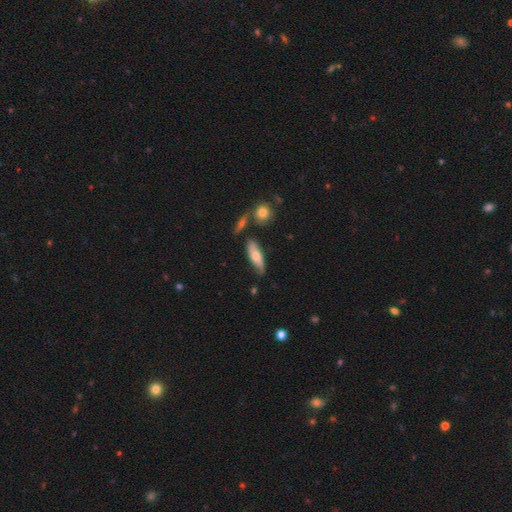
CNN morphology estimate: This is likely a smooth galaxy (62%). How rounded: possibly in between (58%). Merging: possibly none (58%).